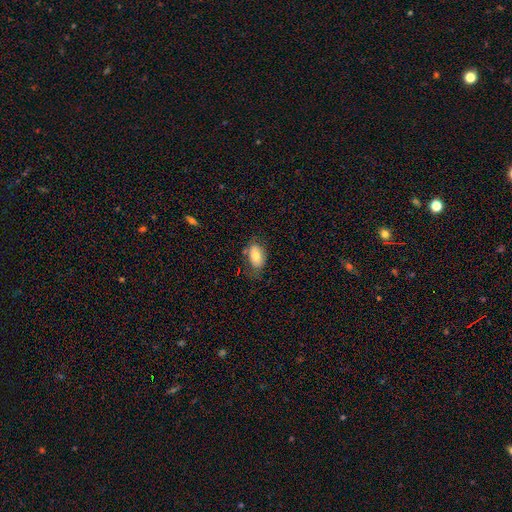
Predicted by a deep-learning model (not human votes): smooth-or-featured: smooth: 74% | featured or disk: 18% | star or artifact: 8%
  how-rounded: in between: 90% | round: 9% | cigar-shaped: 2%
  merging: none: 64% | minor disturbance: 24% | major disturbance: 9% | merger: 3%